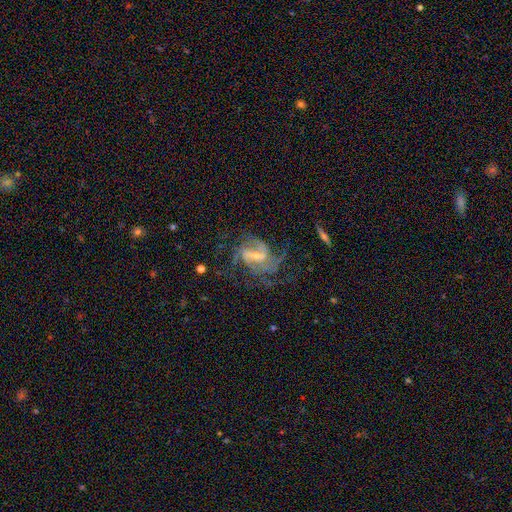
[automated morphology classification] A featured or disk galaxy (83%) with a weak bar (49%), 3 (26%) medium (48%) spiral arms (94%) and a small central bulge (51%). Merging: none (52%).